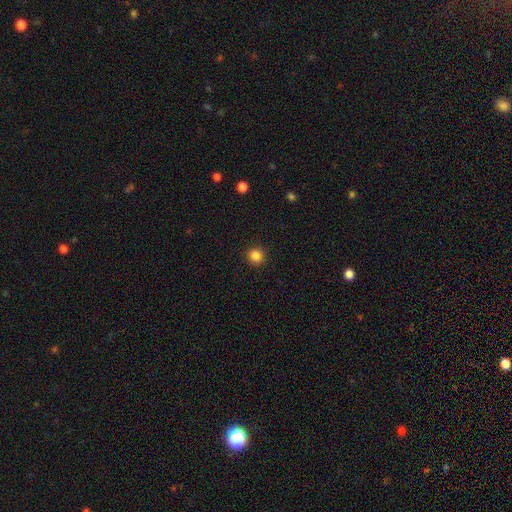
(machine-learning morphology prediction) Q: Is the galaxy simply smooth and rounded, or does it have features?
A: smooth — 85%.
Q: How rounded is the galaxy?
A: round — 94%.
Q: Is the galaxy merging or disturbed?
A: none — 92%.